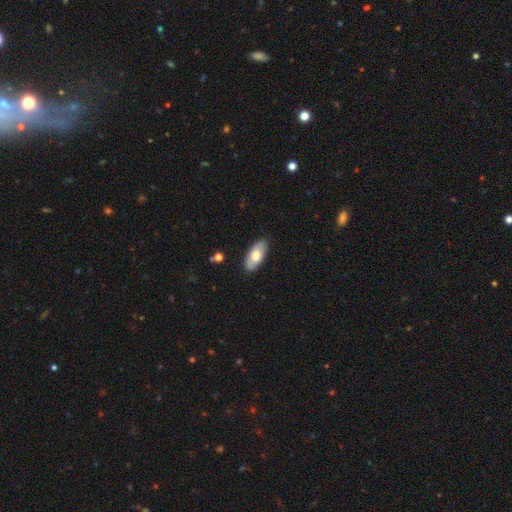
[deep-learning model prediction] smooth_or_featured: smooth (p=0.65) [alt: featured or disk p=0.29]
how_rounded: in between (p=0.90) [alt: cigar-shaped p=0.08]
merging: none (p=0.86) [alt: minor disturbance p=0.10]